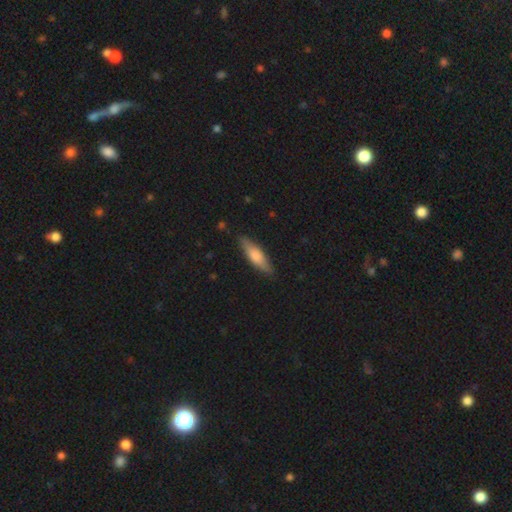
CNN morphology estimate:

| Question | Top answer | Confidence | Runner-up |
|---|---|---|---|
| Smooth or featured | smooth | 71% | featured or disk (24%) |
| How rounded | cigar-shaped | 60% | in between (38%) |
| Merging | none | 85% | minor disturbance (12%) |